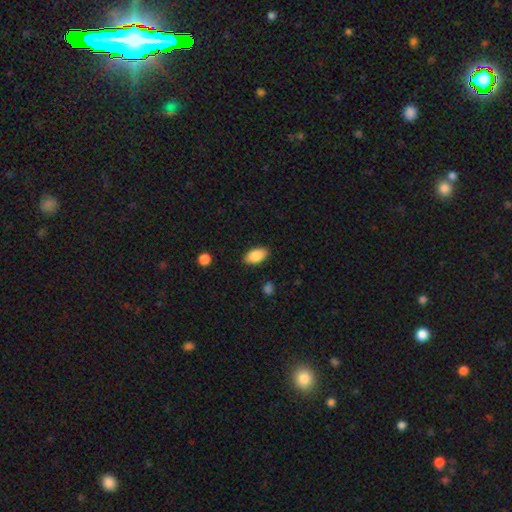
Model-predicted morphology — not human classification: This is clearly a smooth galaxy (87%). How rounded: clearly in between (93%). Merging: clearly none (86%).